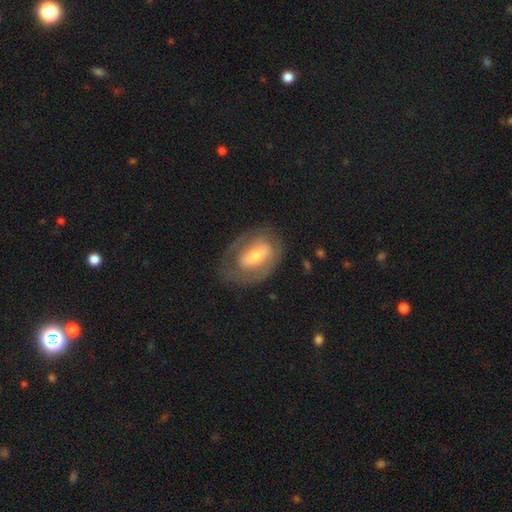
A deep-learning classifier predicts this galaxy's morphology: featured or disk 64%, smooth 29%, star or artifact 6%. Down the decision tree: edge-on disk — no (92%); bar — strong (39%); spiral arms — no (53%); bulge size — moderate (48%); merging — none (68%).